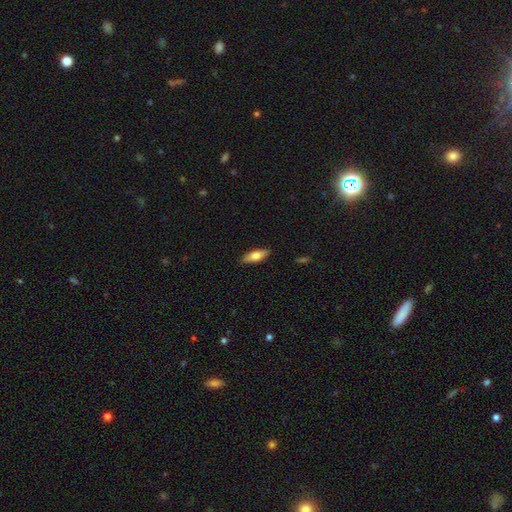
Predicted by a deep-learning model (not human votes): A smooth galaxy with no disk features (68%) that is in between round and cigar-shaped (64%).

Vote fractions:
- Smooth or featured? smooth: 68% / featured or disk: 26% / star or artifact: 6%
- How rounded? in between: 64% / cigar-shaped: 33% / round: 2%
- Merging? none: 88% / minor disturbance: 9% / major disturbance: 2% / merger: 1%